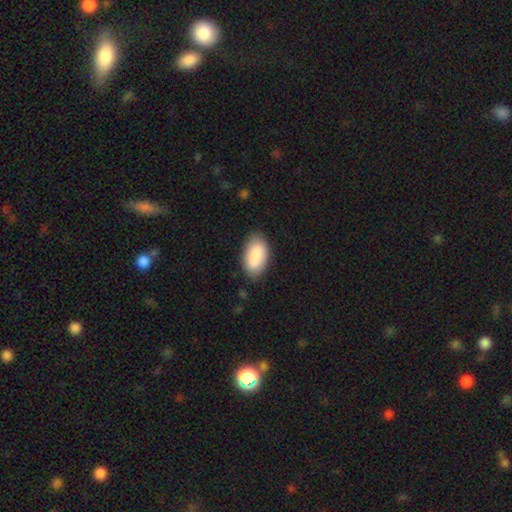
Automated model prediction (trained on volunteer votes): A smooth galaxy with no disk features (87%) that is in between round and cigar-shaped (95%). Merging: none (82%).